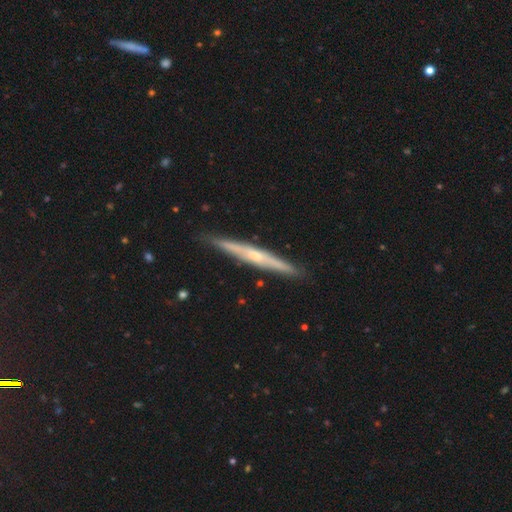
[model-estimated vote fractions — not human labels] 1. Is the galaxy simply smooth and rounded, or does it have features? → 68% featured or disk, 26% smooth, 6% star or artifact.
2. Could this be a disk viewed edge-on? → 96% yes, 4% no.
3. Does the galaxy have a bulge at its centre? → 59% rounded, 35% none, 7% boxy.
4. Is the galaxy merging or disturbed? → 88% none, 9% minor disturbance, 1% major disturbance, 1% merger.